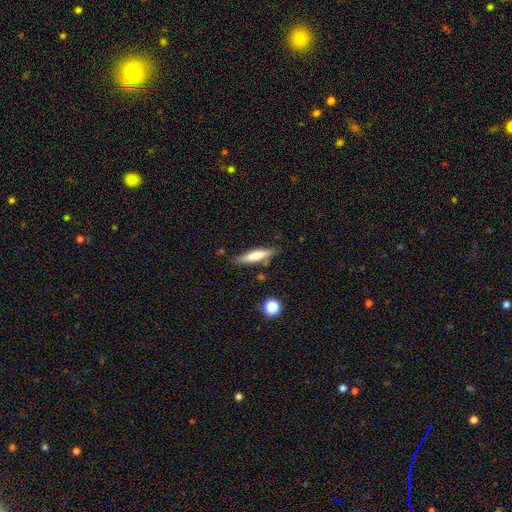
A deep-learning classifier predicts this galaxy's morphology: smooth 63%, featured or disk 31%, star or artifact 6%. Down the decision tree: how rounded — cigar-shaped (78%); merging — none (80%).